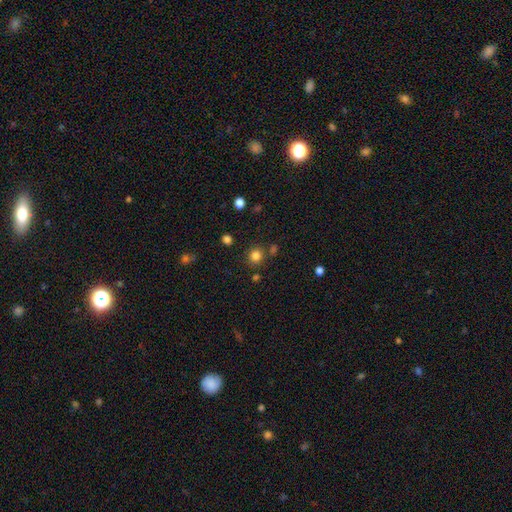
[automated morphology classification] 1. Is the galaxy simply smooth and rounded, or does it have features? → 81% smooth, 14% star or artifact, 5% featured or disk.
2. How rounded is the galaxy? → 89% round, 10% in between, 1% cigar-shaped.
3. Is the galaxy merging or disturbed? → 80% none, 9% minor disturbance, 8% merger, 3% major disturbance.